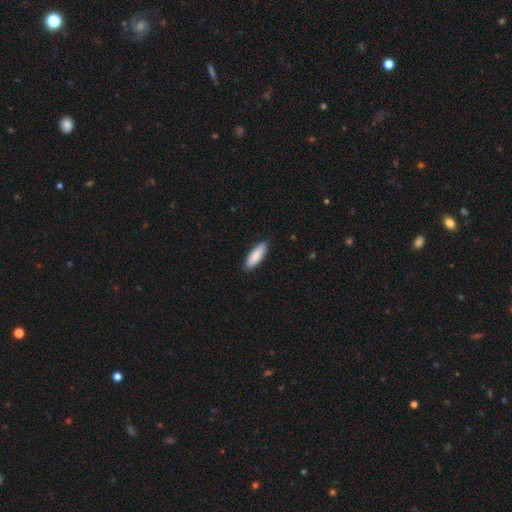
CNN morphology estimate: The model was most divided on "how rounded": in between: 54%, cigar-shaped: 45%, round: 2%. More confident: merging — none (90%); smooth or featured — smooth (88%).